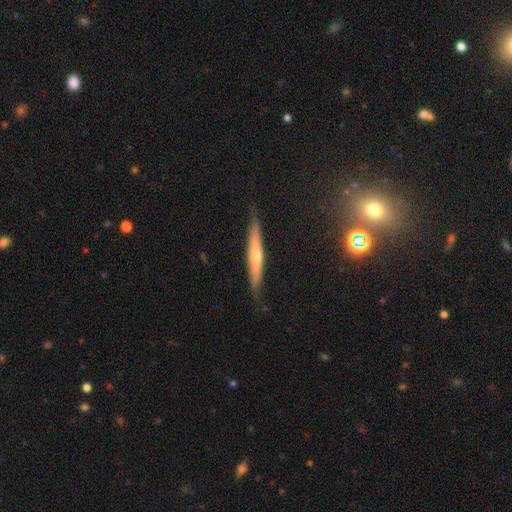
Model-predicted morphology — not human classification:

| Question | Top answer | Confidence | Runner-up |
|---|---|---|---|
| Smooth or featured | featured or disk | 57% | smooth (35%) |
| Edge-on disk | yes | 93% | no (7%) |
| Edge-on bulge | rounded | 68% | none (28%) |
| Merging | none | 85% | minor disturbance (12%) |